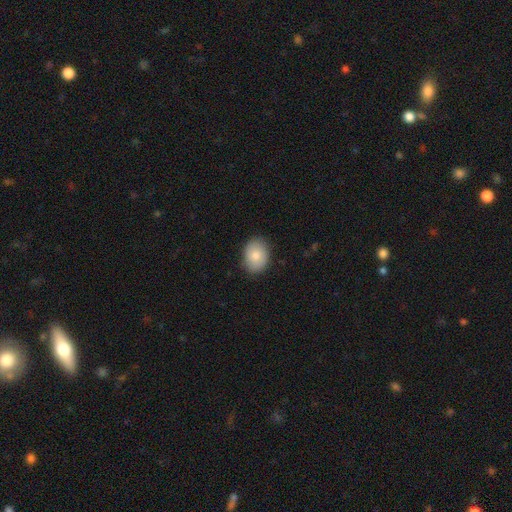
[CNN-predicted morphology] Q: Smooth or featured?
A: smooth (83%); runner-up: featured or disk (10%)
Q: How rounded?
A: in between (67%); runner-up: round (32%)
Q: Merging?
A: none (86%); runner-up: minor disturbance (11%)